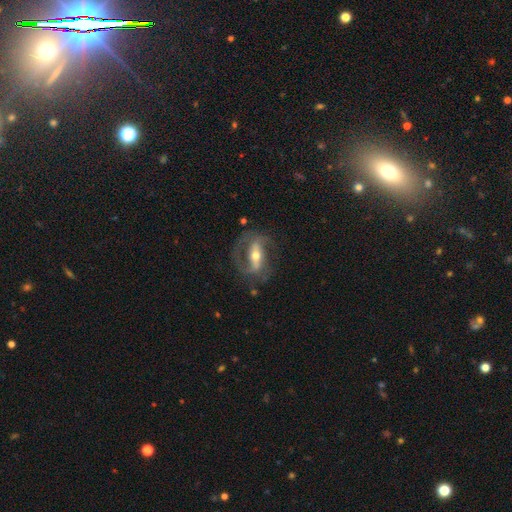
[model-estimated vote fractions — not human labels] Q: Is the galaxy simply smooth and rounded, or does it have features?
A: featured or disk — 80%.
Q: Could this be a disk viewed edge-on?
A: no — 86%.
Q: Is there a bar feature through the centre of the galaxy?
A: strong — 62%.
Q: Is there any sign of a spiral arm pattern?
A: yes — 81%.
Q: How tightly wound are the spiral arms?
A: medium — 46%.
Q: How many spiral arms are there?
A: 2 — 76%.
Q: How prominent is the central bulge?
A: moderate — 63%.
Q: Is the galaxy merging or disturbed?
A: none — 62%.